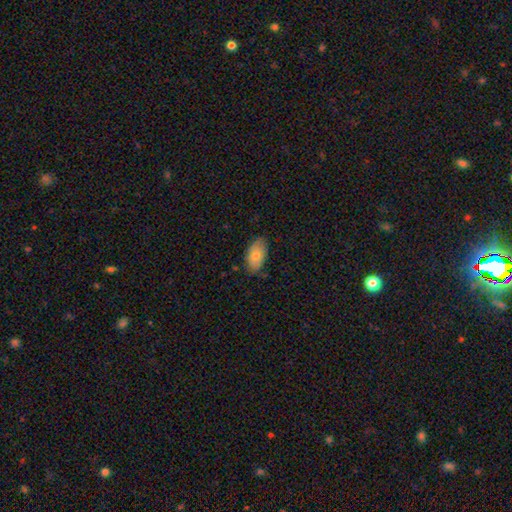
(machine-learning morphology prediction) smooth 81%, featured or disk 13%, star or artifact 6%. Down the decision tree: how rounded — in between (94%); merging — none (76%).